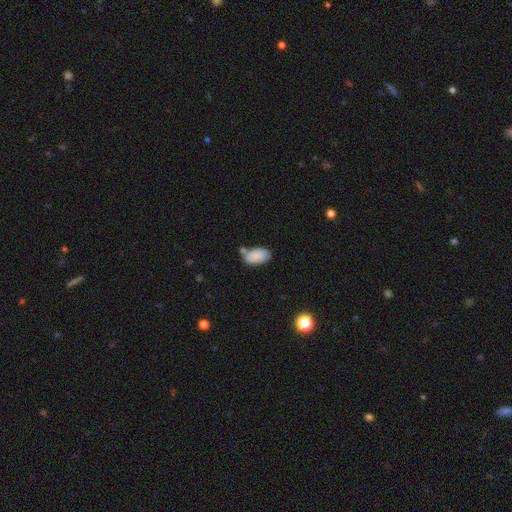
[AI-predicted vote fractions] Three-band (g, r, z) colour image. It shows a smooth galaxy with no disk features (86%) that is in between round and cigar-shaped (95%). Merging: none (56%).